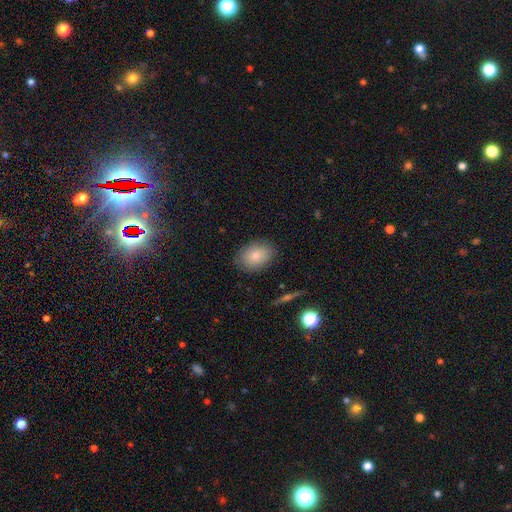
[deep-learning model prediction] Morphology: type=smooth (79%); roundness=in between (77%); merging=none (84%).